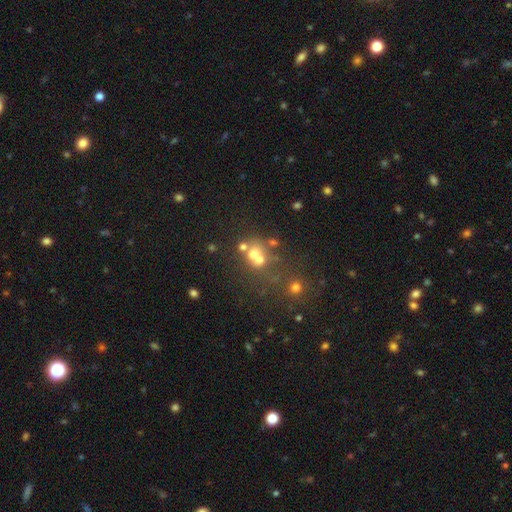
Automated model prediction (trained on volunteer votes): smooth_or_featured: smooth (p=0.55) [alt: featured or disk p=0.25]
how_rounded: round (p=0.71) [alt: in between p=0.28]
merging: merger (p=0.49) [alt: none p=0.35]